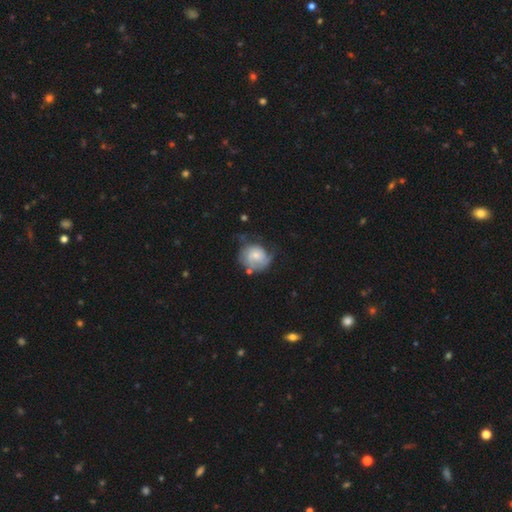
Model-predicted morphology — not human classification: This appears to be a featured or disk galaxy (58%) with no bar (72%), spiral arms (85%) and a small central bulge (52%). Merging: none (49%).